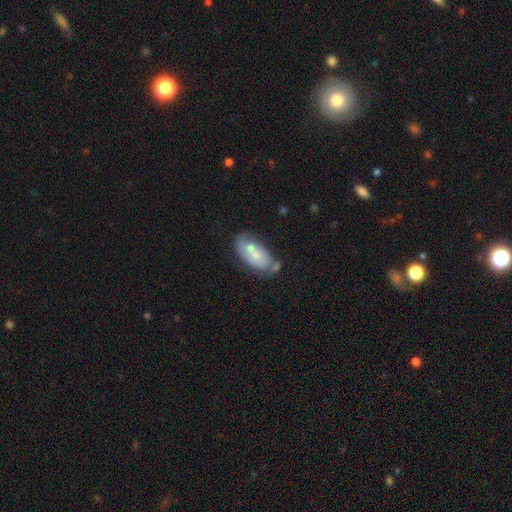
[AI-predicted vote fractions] Smooth or featured? Predicted: smooth (p=0.54). How rounded? Predicted: in between (p=0.89). Merging? Predicted: merger (p=0.41).